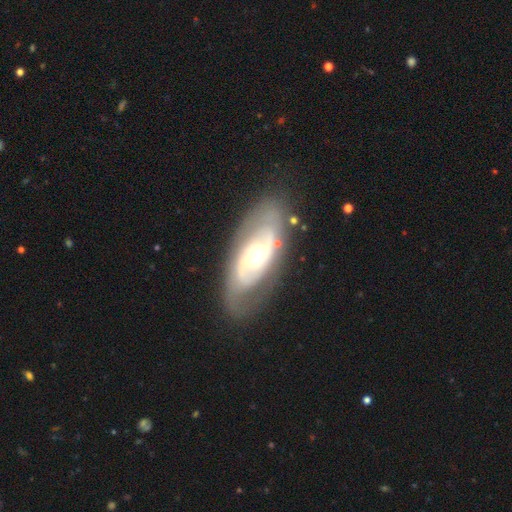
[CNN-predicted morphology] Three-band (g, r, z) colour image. It shows a featured or disk galaxy (77%) with no bar (64%), 2 (69%) tight (45%) spiral arms (76%) and a moderate central bulge (63%). Merging: none (77%).